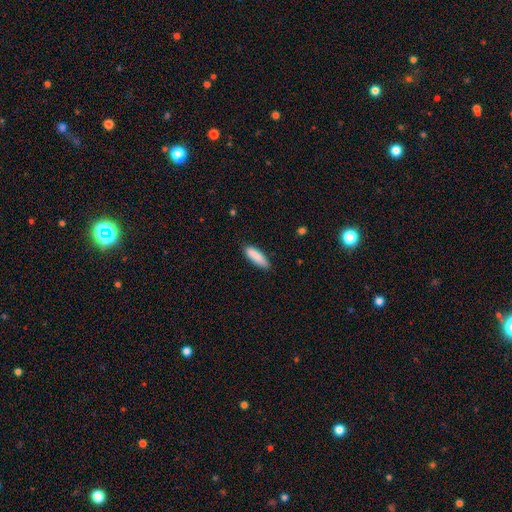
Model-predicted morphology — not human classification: The model was most divided on "how rounded": cigar-shaped: 54%, in between: 45%, round: 1%. More confident: smooth or featured — smooth (88%); merging — none (83%).